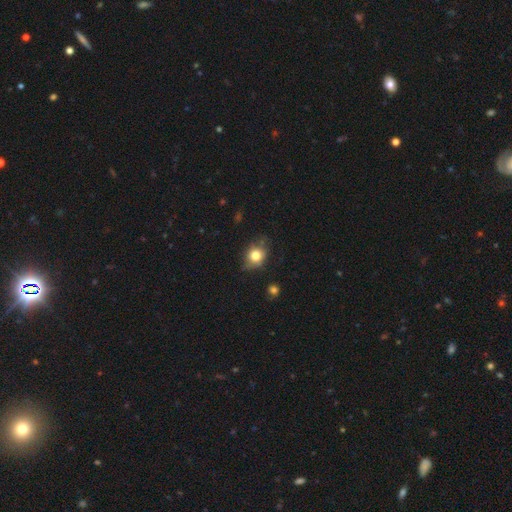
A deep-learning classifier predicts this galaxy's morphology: Smooth or featured: smooth — 75% (featured or disk — 15%)
How rounded: round — 61% (in between — 37%)
Merging: none — 68% (minor disturbance — 24%)